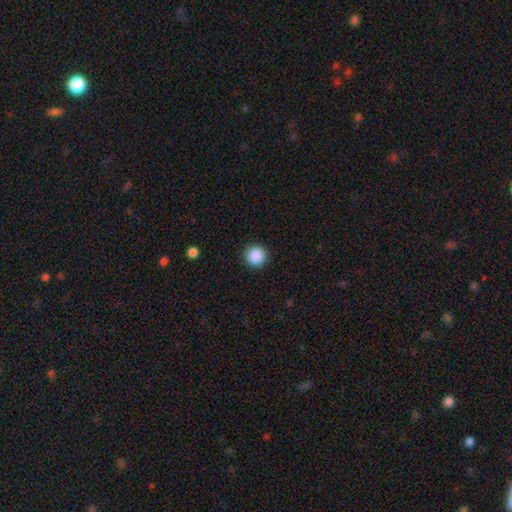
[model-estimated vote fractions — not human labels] This is clearly a smooth galaxy (88%). How rounded: clearly round (96%). Merging: clearly none (92%).